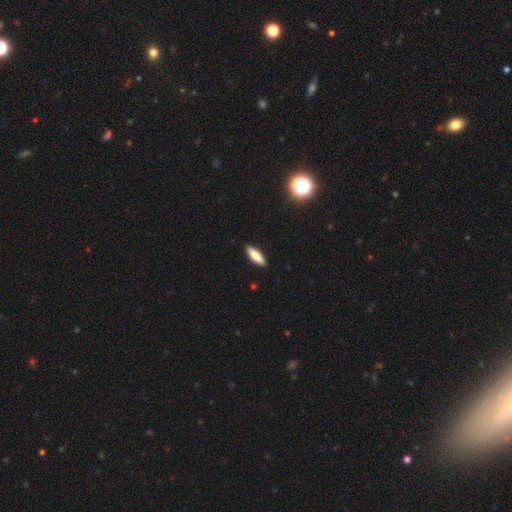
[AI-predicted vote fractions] Smooth or featured? smooth (82%)
How rounded? cigar-shaped (54%)
Merging? none (91%)